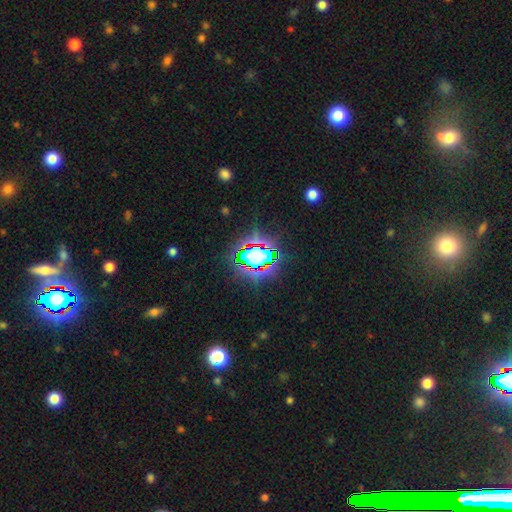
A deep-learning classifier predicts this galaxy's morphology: Overall: star or artifact (69%).